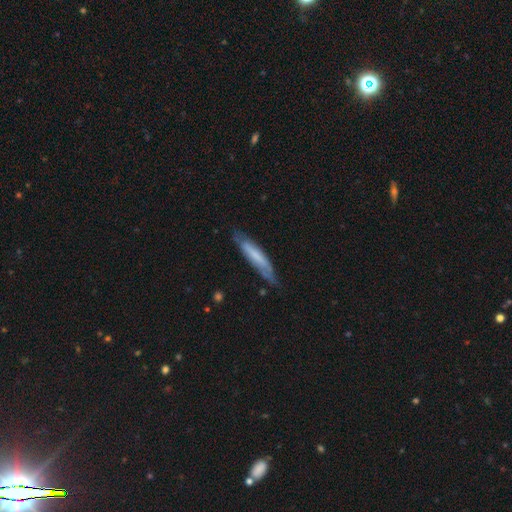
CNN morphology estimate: A smooth galaxy with no disk features (49%). Merging: none (69%).